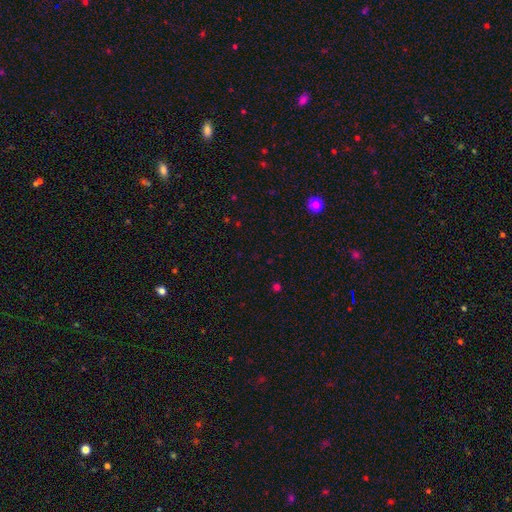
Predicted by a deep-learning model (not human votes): Q: Smooth or featured?
A: star or artifact (60%); runner-up: smooth (33%)